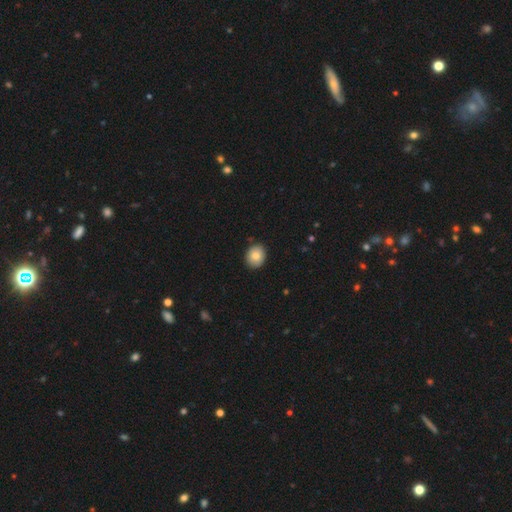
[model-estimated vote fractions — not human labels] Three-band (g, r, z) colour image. It shows a smooth galaxy with no disk features (83%) that is round (51%). Merging: none (88%).